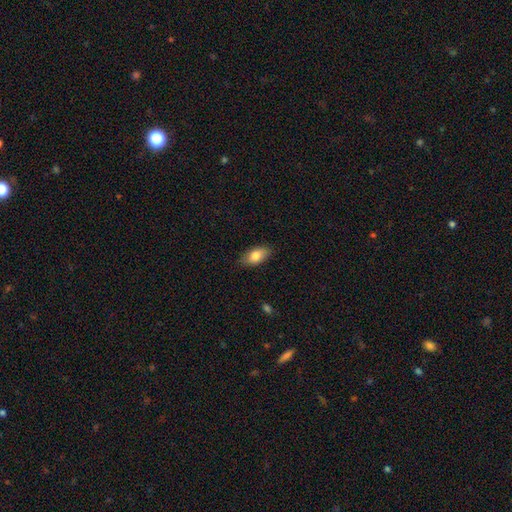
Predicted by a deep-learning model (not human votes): Q: Smooth or featured?
A: smooth (81%); runner-up: featured or disk (12%)
Q: How rounded?
A: in between (91%); runner-up: round (5%)
Q: Merging?
A: none (84%); runner-up: minor disturbance (13%)